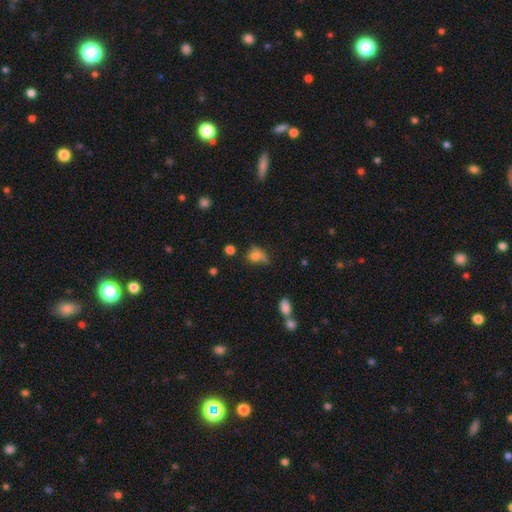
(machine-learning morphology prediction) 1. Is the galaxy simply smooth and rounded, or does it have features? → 66% smooth, 18% featured or disk, 16% star or artifact.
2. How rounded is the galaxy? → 49% in between, 45% round, 7% cigar-shaped.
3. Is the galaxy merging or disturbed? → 39% none, 26% minor disturbance, 22% major disturbance, 13% merger.